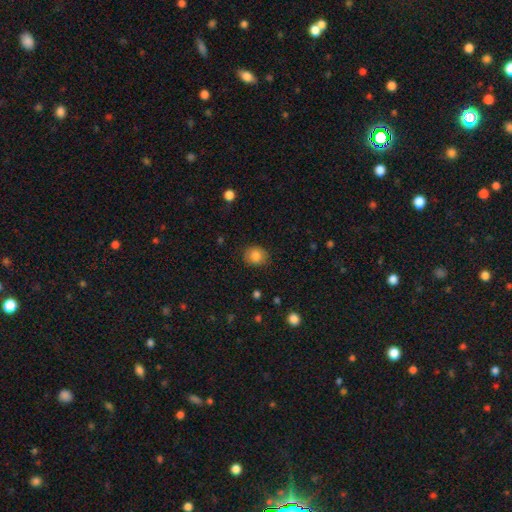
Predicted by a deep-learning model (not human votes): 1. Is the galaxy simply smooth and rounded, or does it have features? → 85% smooth, 9% star or artifact, 6% featured or disk.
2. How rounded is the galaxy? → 67% round, 32% in between, 1% cigar-shaped.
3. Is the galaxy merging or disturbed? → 84% none, 12% minor disturbance, 3% major disturbance, 1% merger.